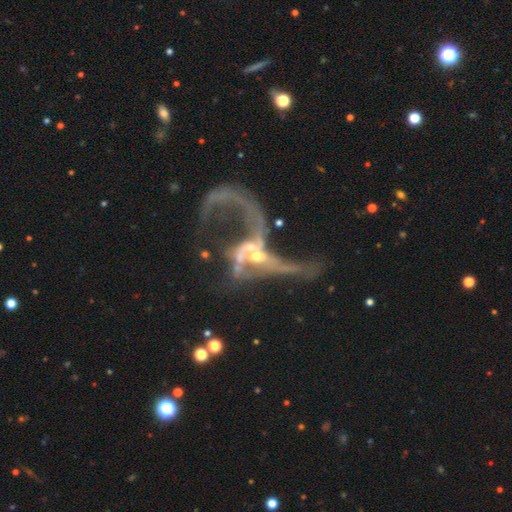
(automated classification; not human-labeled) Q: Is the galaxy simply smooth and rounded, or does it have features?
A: featured or disk — 78%.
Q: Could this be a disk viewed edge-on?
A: no — 94%.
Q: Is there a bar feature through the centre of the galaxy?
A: no — 67%.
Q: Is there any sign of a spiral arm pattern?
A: yes — 61%.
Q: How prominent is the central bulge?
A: small — 41%.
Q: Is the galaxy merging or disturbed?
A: merger — 53%.